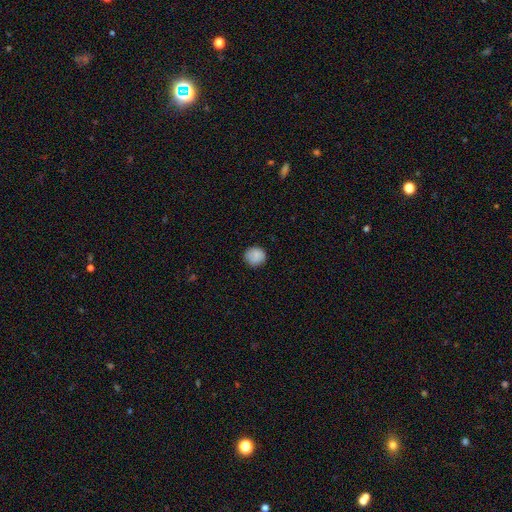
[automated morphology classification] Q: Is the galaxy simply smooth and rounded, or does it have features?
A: smooth — 87%.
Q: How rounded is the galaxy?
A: round — 92%.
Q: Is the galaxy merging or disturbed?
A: none — 88%.